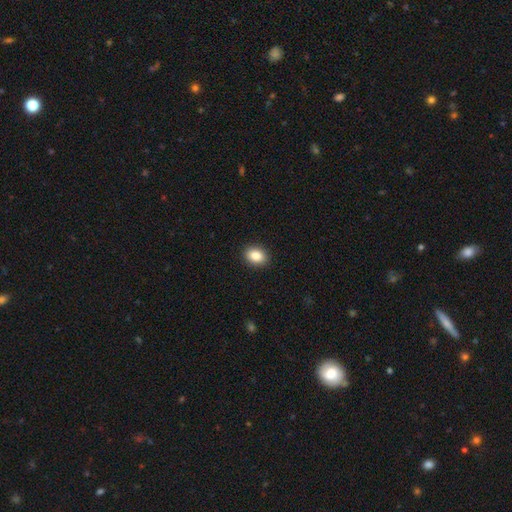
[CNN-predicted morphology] A smooth galaxy with no disk features (87%) that is in between round and cigar-shaped (67%). Merging: none (91%).